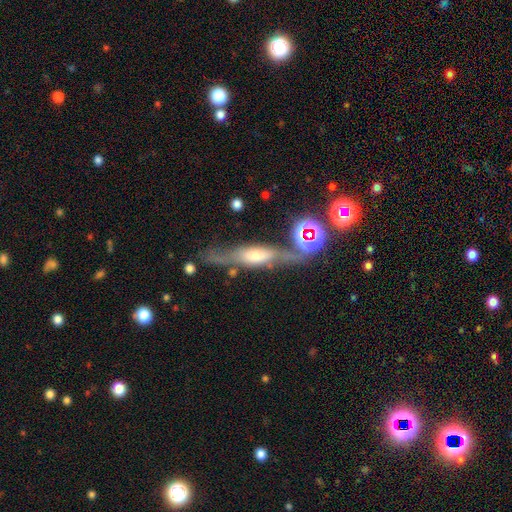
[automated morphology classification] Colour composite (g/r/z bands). It shows a featured or disk galaxy (62%) viewed edge-on (75%). Merging: none (57%).